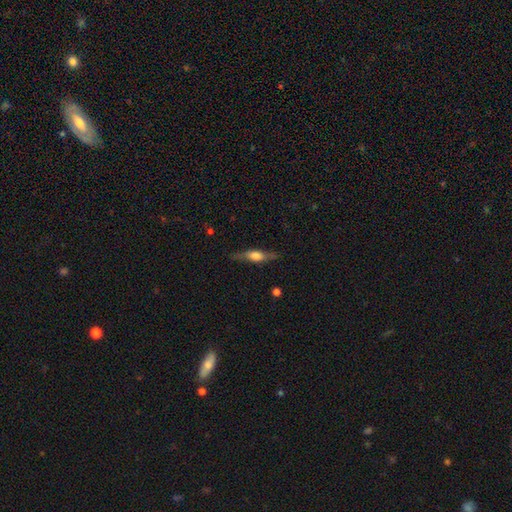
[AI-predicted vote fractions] A featured or disk galaxy (62%) viewed edge-on (93%) with a rounded central bulge (75%).

Vote fractions:
- Smooth or featured? featured or disk: 62% / smooth: 31% / star or artifact: 7%
- Edge-on disk? yes: 93% / no: 7%
- Edge-on bulge? rounded: 75% / boxy: 22% / none: 4%
- Merging? none: 80% / minor disturbance: 14% / major disturbance: 4% / merger: 1%